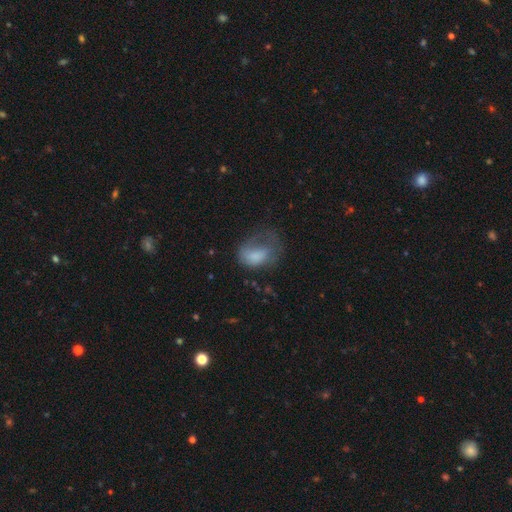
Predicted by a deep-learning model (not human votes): This is likely a smooth galaxy (62%). How rounded: likely in between (74%). Merging: possibly major disturbance (51%).